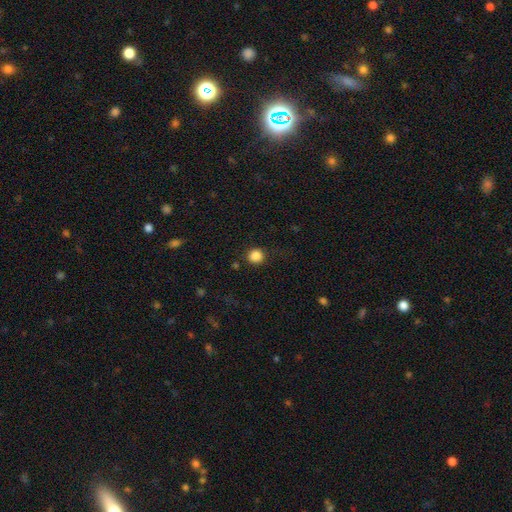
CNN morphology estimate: Smooth or featured? smooth (86%)
How rounded? round (89%)
Merging? none (83%)